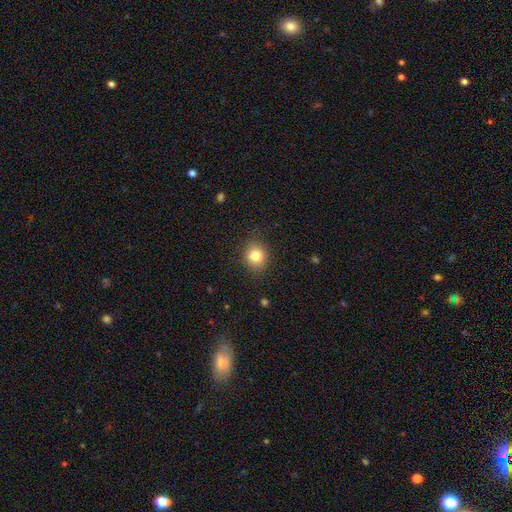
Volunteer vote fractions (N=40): smooth 75%, featured or disk 12%, star or artifact 12%. Down the decision tree: how rounded — round (73%); merging — none (94%).